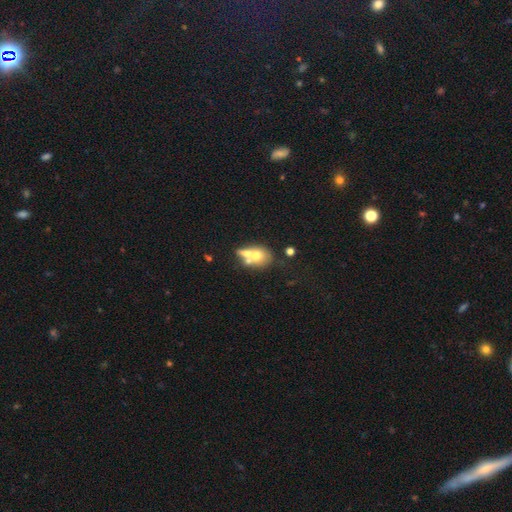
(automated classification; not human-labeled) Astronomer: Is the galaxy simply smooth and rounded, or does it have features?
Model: smooth — 59%.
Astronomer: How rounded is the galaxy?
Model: in between — 49% (runner-up: round, 47%).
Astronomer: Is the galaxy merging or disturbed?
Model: merger — 54% (runner-up: none, 30%).